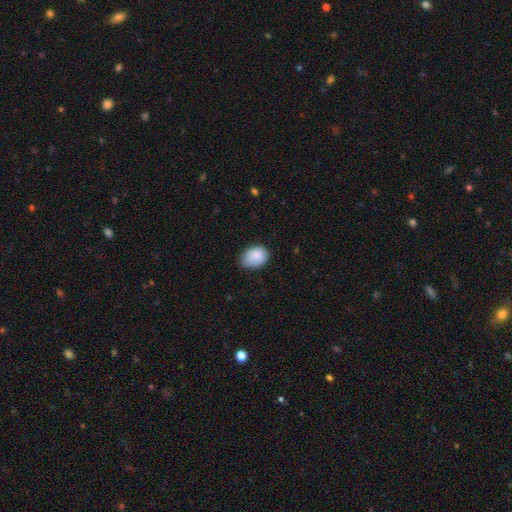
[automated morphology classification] A smooth galaxy with no disk features (85%) that is in between round and cigar-shaped (69%).

Vote fractions:
- Smooth or featured? smooth: 85% / featured or disk: 8% / star or artifact: 7%
- How rounded? in between: 69% / round: 30% / cigar-shaped: 1%
- Merging? none: 62% / minor disturbance: 31% / major disturbance: 5% / merger: 1%